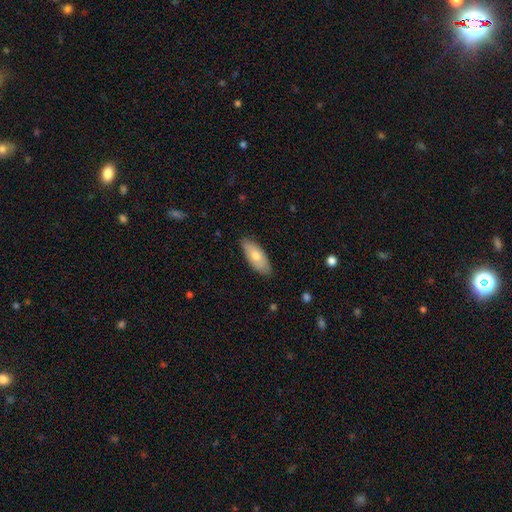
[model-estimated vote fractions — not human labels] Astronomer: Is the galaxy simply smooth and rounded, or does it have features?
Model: smooth — 68%.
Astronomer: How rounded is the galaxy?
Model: in between — 82%.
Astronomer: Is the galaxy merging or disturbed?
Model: none — 84%.